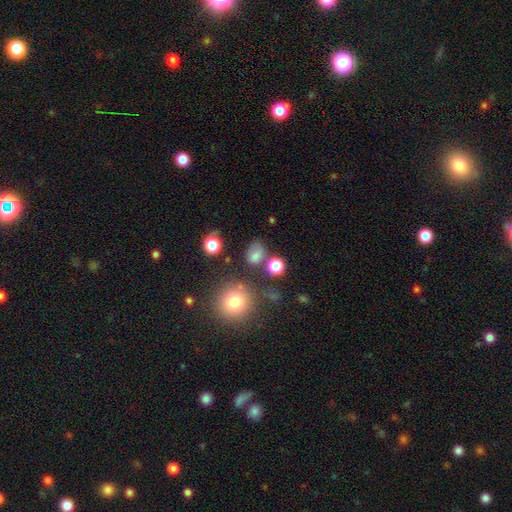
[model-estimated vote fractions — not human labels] Overall: smooth (74%). How rounded: in between (57%; round 42%). Merging: none (63%).